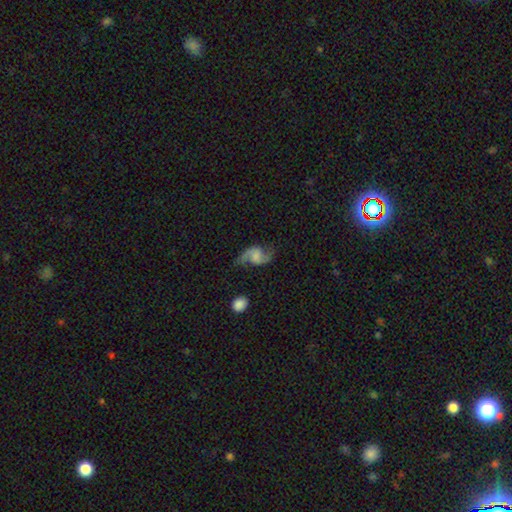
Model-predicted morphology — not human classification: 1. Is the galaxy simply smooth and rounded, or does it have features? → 82% featured or disk, 11% smooth, 7% star or artifact.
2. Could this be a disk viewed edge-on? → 98% no, 2% yes.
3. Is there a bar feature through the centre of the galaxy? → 49% no, 40% weak, 11% strong.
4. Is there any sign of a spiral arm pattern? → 96% yes, 4% no.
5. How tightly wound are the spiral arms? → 65% loose, 29% medium, 6% tight.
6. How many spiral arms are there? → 92% 2, 3% 1, 2% can't tell, 1% 3, 1% 4, 1% more than 4.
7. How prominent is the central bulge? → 47% none, 18% moderate, 18% small, 13% large, 3% dominant.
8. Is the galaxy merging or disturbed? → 65% none, 19% minor disturbance, 12% major disturbance, 3% merger.